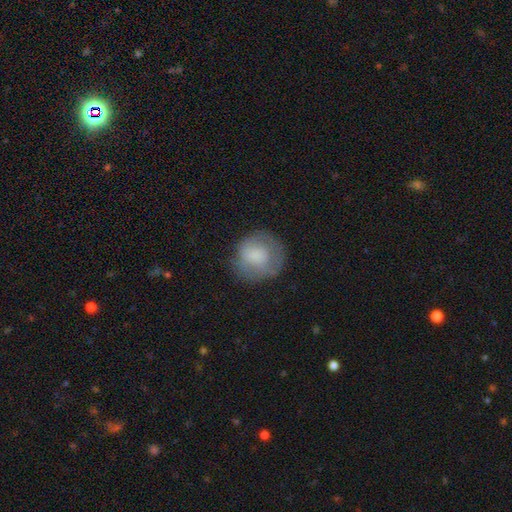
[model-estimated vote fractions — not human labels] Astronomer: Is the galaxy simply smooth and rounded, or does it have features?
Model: smooth — 71%.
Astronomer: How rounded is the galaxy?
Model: round — 86%.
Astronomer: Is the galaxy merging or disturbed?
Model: none — 63%.